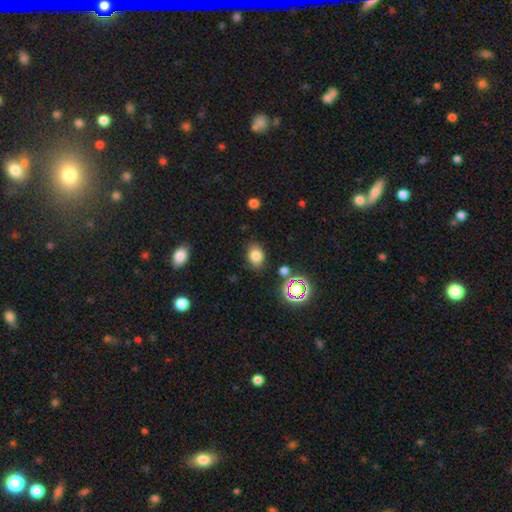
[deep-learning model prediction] Overall: smooth (78%). How rounded: in between (65%; round 34%). Merging: none (80%).